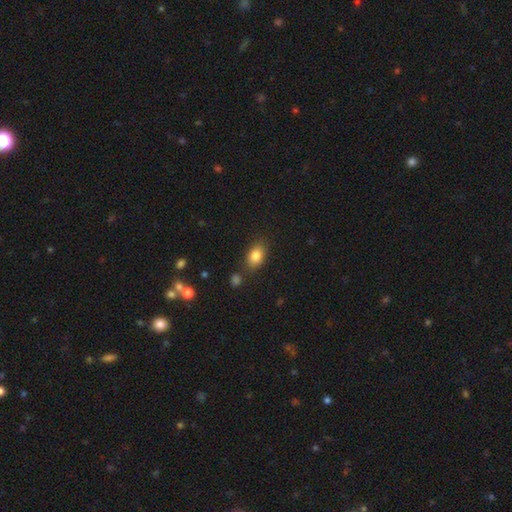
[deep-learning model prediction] smooth-or-featured: smooth: 83% | star or artifact: 9% | featured or disk: 8%
  how-rounded: in between: 78% | round: 21% | cigar-shaped: 2%
  merging: none: 78% | minor disturbance: 13% | merger: 6% | major disturbance: 4%